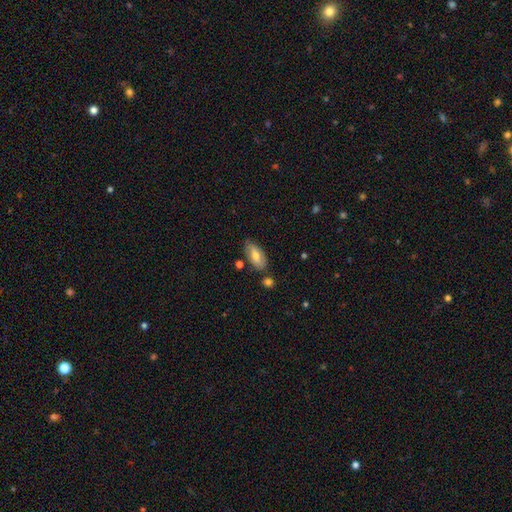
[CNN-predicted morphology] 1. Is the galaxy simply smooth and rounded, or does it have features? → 64% smooth, 29% featured or disk, 7% star or artifact.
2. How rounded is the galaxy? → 88% in between, 9% cigar-shaped, 3% round.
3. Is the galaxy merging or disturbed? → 74% none, 17% minor disturbance, 5% merger, 3% major disturbance.